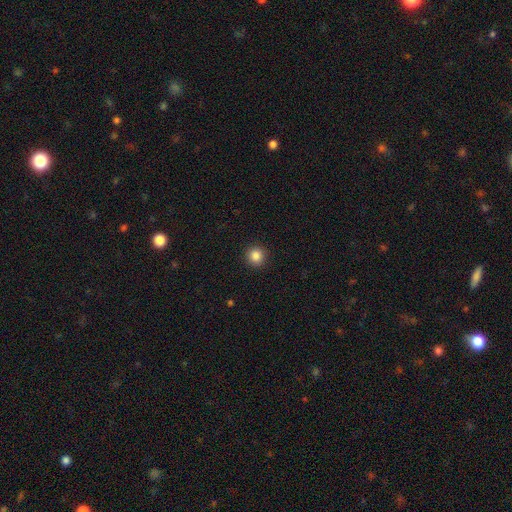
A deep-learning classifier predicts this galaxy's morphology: This appears to be a smooth galaxy with no disk features (85%) that is round (94%). Merging: none (92%).